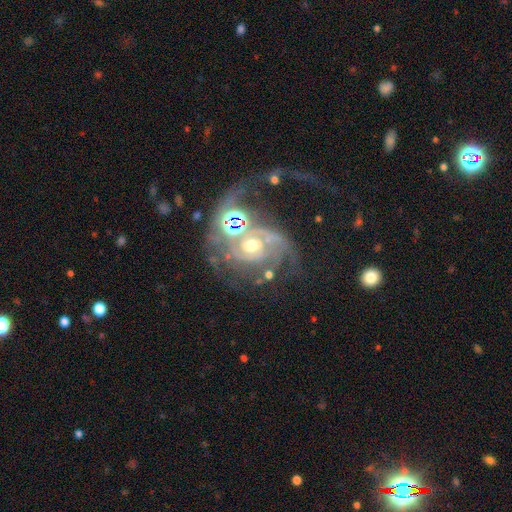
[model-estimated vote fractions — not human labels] Overall: featured or disk (78%). Edge-on disk: no (97%). Bar: no (64%; weak 26%). Spiral arms: yes (85%). Spiral arm count: 2 (33%; can't tell 25%). Spiral winding: loose (40%; medium 36%). Bulge size: moderate (56%; small 32%). Merging: merger (49%; major disturbance 27%).